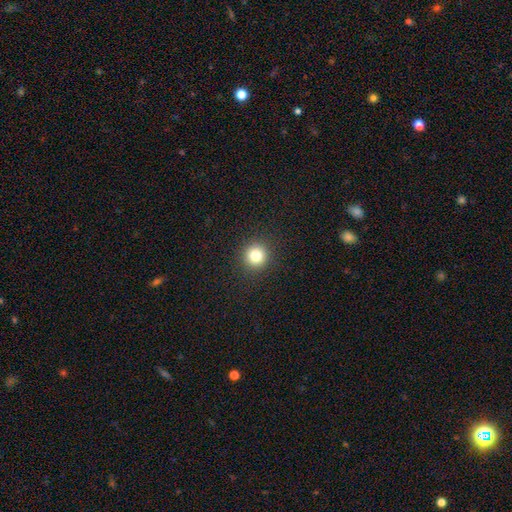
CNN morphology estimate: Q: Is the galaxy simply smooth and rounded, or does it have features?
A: smooth — 81%.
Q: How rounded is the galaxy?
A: round — 94%.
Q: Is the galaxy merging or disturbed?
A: none — 92%.